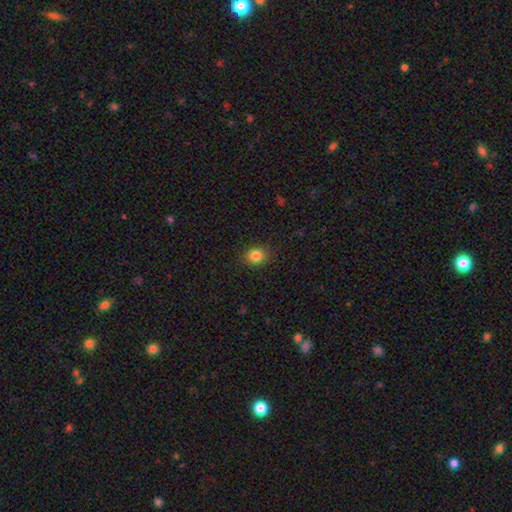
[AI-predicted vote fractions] The model was most divided on "how rounded": round: 66%, in between: 33%, cigar-shaped: 1%. More confident: merging — none (88%); smooth or featured — smooth (84%).